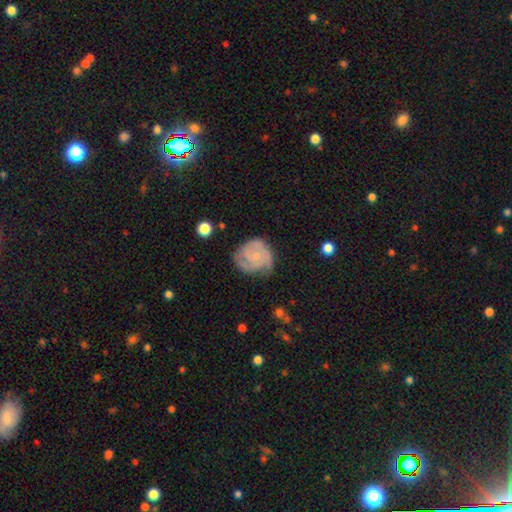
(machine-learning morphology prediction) A featured or disk galaxy (68%) with no bar (74%), 3 (32%) tight (56%) spiral arms (89%) and a small central bulge (68%).

Vote fractions:
- Smooth or featured? featured or disk: 68% / smooth: 25% / star or artifact: 7%
- Edge-on disk? no: 98% / yes: 2%
- Bar? no: 74% / weak: 23% / strong: 3%
- Spiral arms? yes: 89% / no: 11%
- Spiral winding? tight: 56% / medium: 35% / loose: 10%
- Spiral arm count? 3: 32% / can't tell: 27% / 2: 25% / 4: 6% / 1: 5% / more than 4: 4%
- Bulge size? small: 68% / moderate: 16% / none: 14% / large: 1% / dominant: 1%
- Merging? none: 61% / minor disturbance: 27% / major disturbance: 11% / merger: 2%